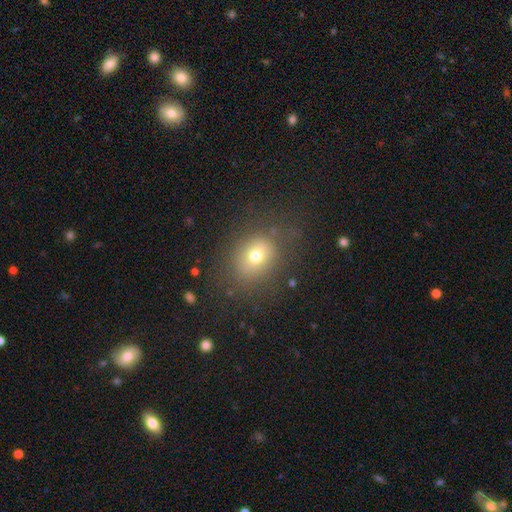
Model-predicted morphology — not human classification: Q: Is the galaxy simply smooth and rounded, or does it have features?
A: smooth — 70%.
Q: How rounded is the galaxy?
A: round — 58%.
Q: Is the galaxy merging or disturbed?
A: none — 75%.